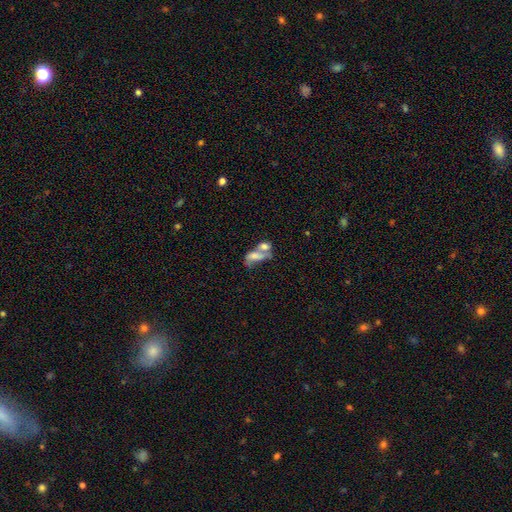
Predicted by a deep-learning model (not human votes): This appears to be a smooth galaxy with no disk features (54%) that is in between round and cigar-shaped (82%). Merging: merger (68%).